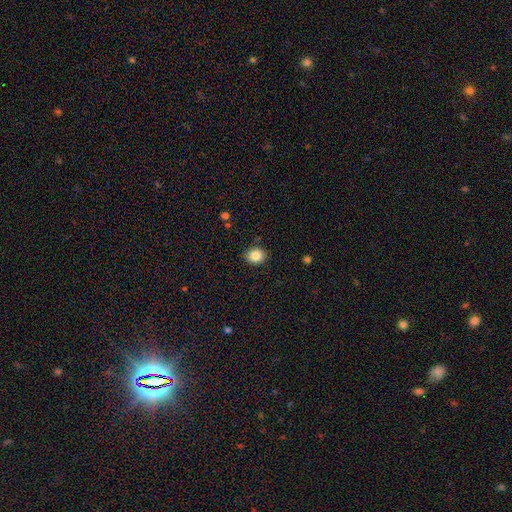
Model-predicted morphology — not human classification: Smooth or featured: smooth — 85% (star or artifact — 10%)
How rounded: round — 64% (in between — 35%)
Merging: none — 87% (minor disturbance — 10%)